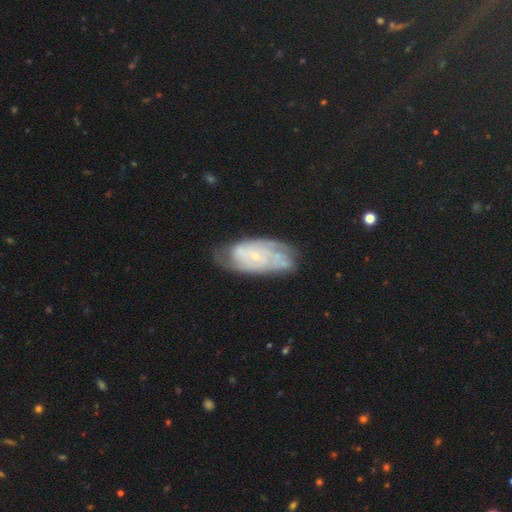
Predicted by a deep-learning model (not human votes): smooth-or-featured: featured or disk: 76% | smooth: 16% | star or artifact: 8%
  disk-edge-on: no: 94% | yes: 6%
    bar: no: 69% | weak: 25% | strong: 6%
    has-spiral-arms: yes: 91% | no: 9%
      spiral-winding: tight: 65% | medium: 28% | loose: 8%
      spiral-arm-count: can't tell: 44% | 2: 19% | 3: 15% | 4: 10% | more than 4: 6% | 1: 5%
    bulge-size: small: 81% | moderate: 13% | none: 5% | large: 1% | dominant: 1%
  merging: none: 65% | minor disturbance: 24% | major disturbance: 9% | merger: 3%